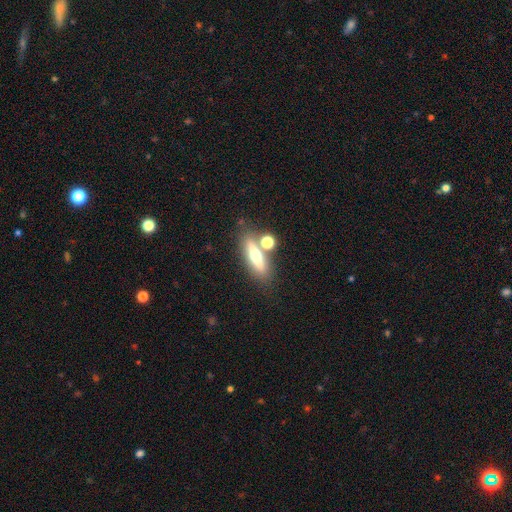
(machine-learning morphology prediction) type=featured or disk (50%); merging=none (69%).